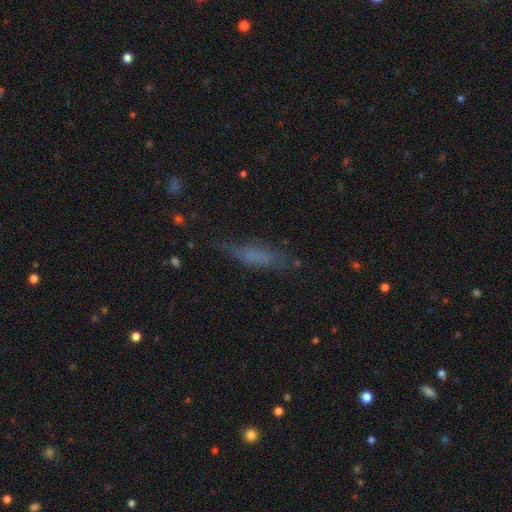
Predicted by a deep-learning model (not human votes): This is likely a smooth galaxy (62%). How rounded: likely cigar-shaped (63%). Merging: likely none (61%).